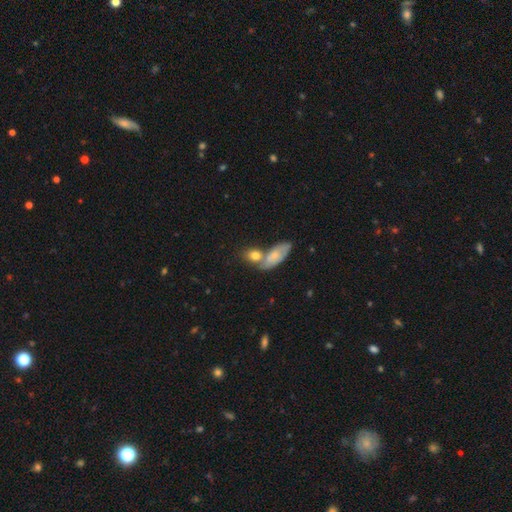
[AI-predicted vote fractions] smooth-or-featured: smooth: 44% | featured or disk: 29% | star or artifact: 27%
  merging: merger: 42% | none: 38% | minor disturbance: 11% | major disturbance: 9%